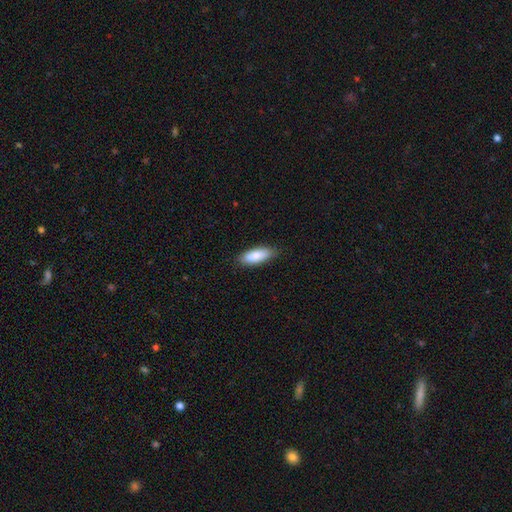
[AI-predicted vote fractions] Smooth or featured? smooth (86%)
How rounded? in between (69%)
Merging? none (85%)